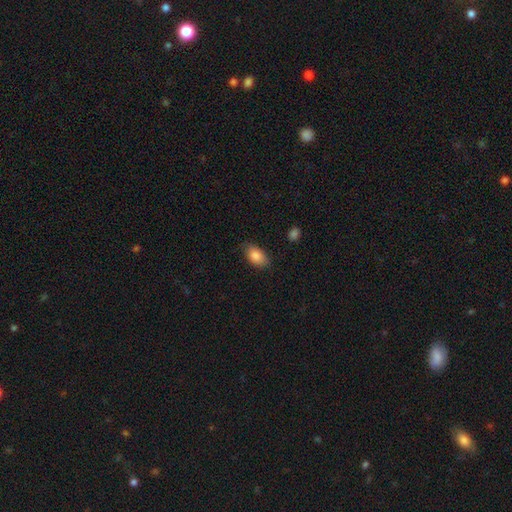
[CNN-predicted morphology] Smooth or featured? Predicted: smooth (p=0.86). How rounded? Predicted: in between (p=0.90). Merging? Predicted: none (p=0.76).